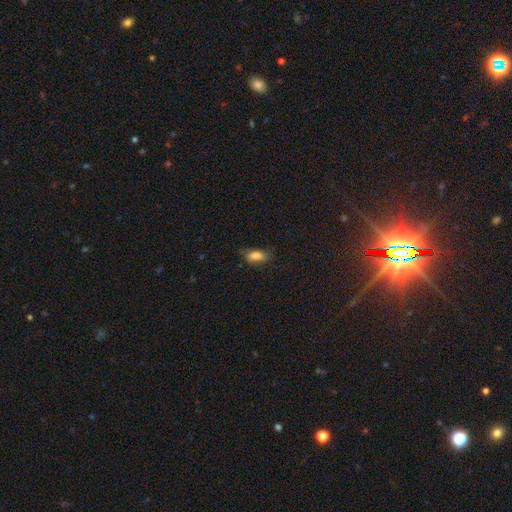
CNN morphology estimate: Smooth or featured? smooth (80%)
How rounded? in between (84%)
Merging? none (60%)